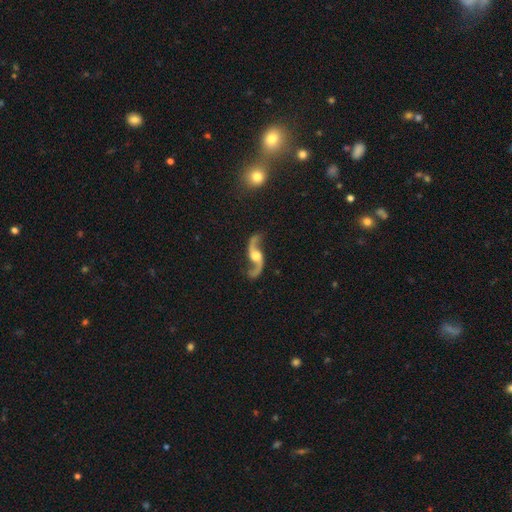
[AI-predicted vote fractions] This appears to be a featured or disk galaxy (92%) with no bar (60%), 2 (95%) loose (88%) spiral arms (98%) and a moderate central bulge (61%). Merging: none (81%).